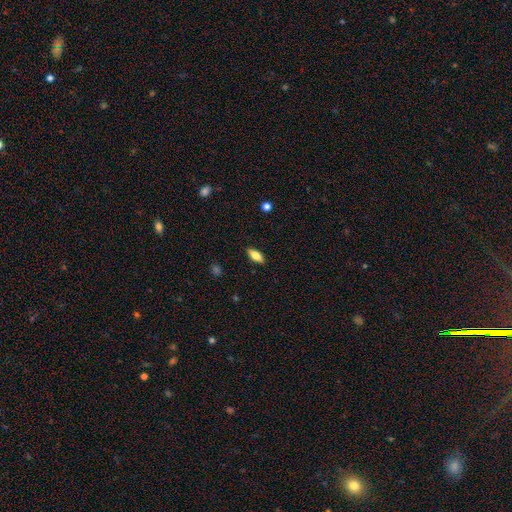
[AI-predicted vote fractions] The model was most divided on "smooth or featured": smooth: 69%, featured or disk: 24%, star or artifact: 7%. More confident: merging — none (89%); how rounded — in between (78%).